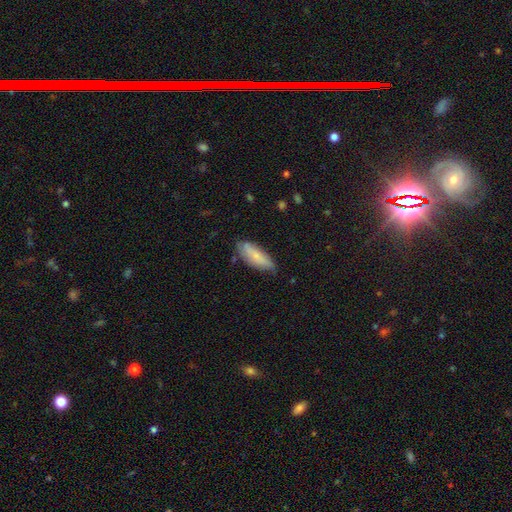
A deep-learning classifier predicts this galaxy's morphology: This appears to be a smooth galaxy with no disk features (67%) that is in between round and cigar-shaped (63%). Merging: none (66%).